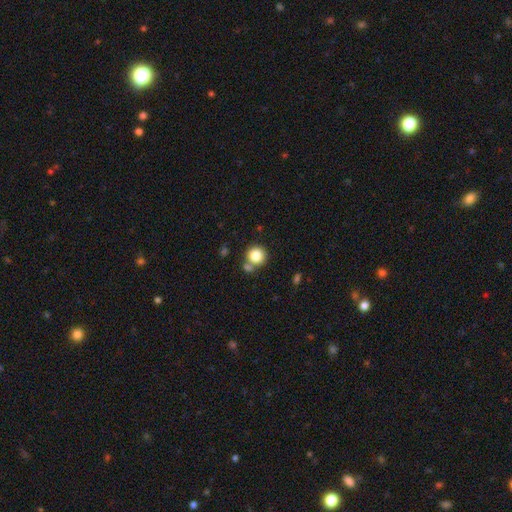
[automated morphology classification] smooth_or_featured: smooth (p=0.84) [alt: star or artifact p=0.10]
how_rounded: round (p=0.92) [alt: in between p=0.07]
merging: none (p=0.67) [alt: merger p=0.20]